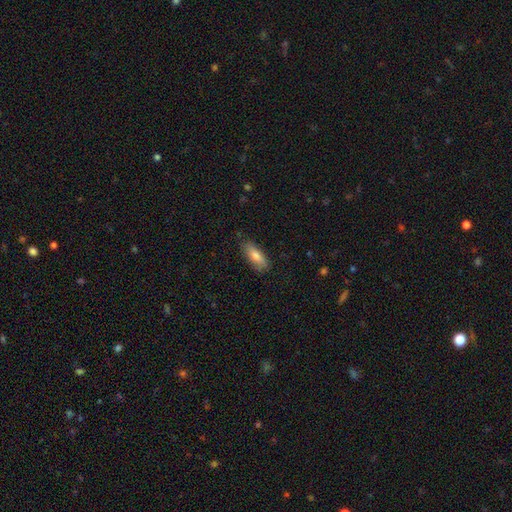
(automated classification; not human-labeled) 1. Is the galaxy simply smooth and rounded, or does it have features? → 78% smooth, 15% featured or disk, 6% star or artifact.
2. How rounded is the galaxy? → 66% in between, 32% cigar-shaped, 2% round.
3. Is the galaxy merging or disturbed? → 83% none, 14% minor disturbance, 2% major disturbance, 1% merger.